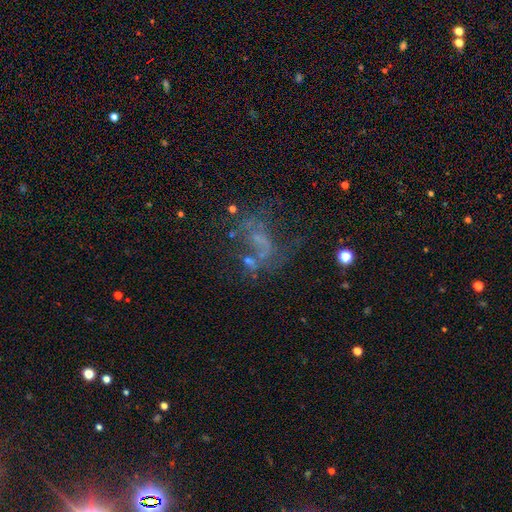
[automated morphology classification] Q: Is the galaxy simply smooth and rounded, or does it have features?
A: featured or disk — 50%.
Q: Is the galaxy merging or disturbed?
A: none — 38%.